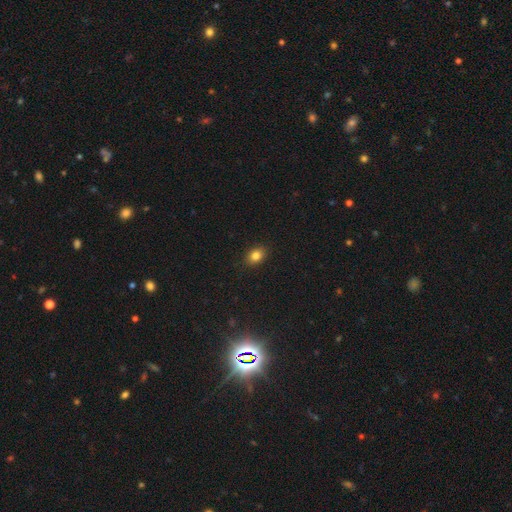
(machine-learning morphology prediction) A smooth galaxy with no disk features (83%) that is in between round and cigar-shaped (62%). Merging: none (88%).